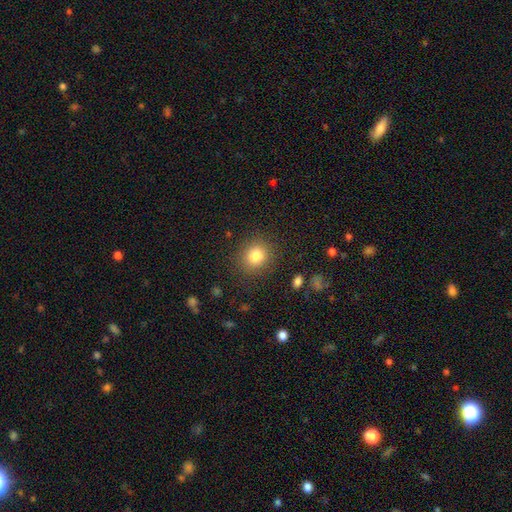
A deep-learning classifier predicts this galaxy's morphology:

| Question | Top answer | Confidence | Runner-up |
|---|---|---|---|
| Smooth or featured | smooth | 82% | star or artifact (11%) |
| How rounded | round | 83% | in between (16%) |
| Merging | none | 87% | minor disturbance (8%) |